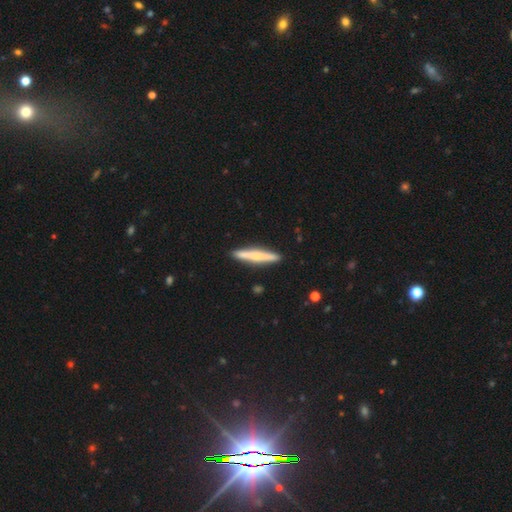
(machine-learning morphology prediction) Smooth or featured: smooth — 49% (featured or disk — 45%)
Merging: none — 91% (minor disturbance — 6%)